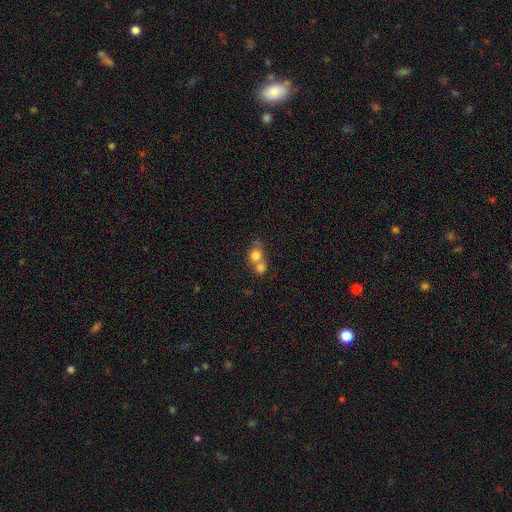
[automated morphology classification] Smooth or featured: smooth — 75% (featured or disk — 14%)
How rounded: round — 72% (in between — 26%)
Merging: merger — 63% (none — 28%)